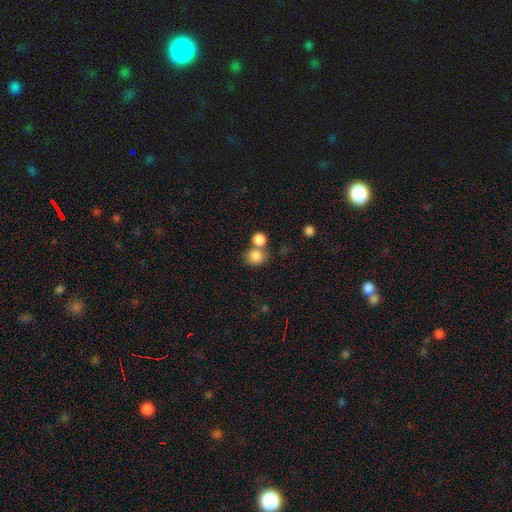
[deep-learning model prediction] This appears to be a smooth galaxy with no disk features (84%) that is round (77%). Merging: none (47%).